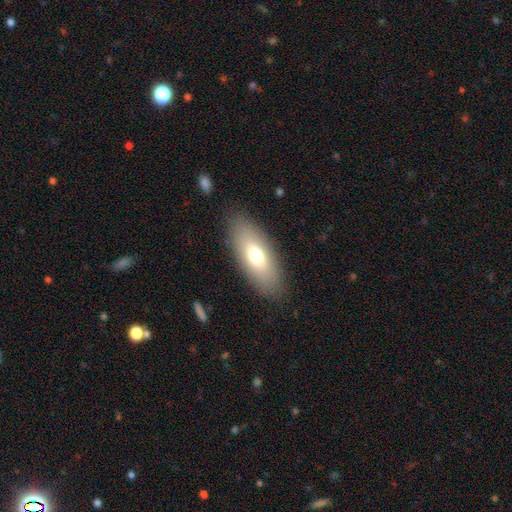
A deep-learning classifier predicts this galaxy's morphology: smooth-or-featured: smooth: 69% | featured or disk: 23% | star or artifact: 7%
  how-rounded: in between: 85% | cigar-shaped: 12% | round: 3%
  merging: none: 86% | minor disturbance: 9% | major disturbance: 3% | merger: 1%